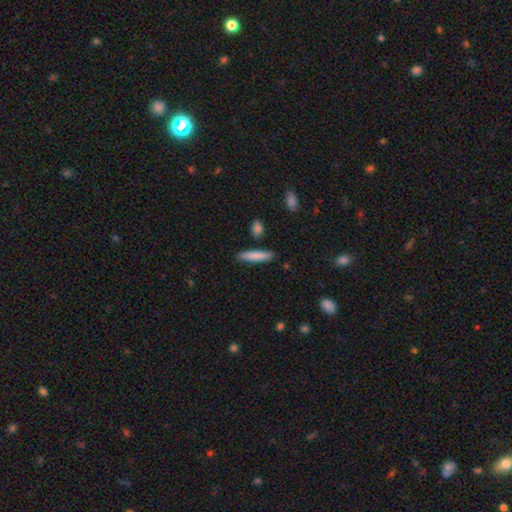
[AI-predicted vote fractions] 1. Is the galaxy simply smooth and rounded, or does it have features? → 82% smooth, 12% featured or disk, 6% star or artifact.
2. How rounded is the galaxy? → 87% cigar-shaped, 11% in between, 1% round.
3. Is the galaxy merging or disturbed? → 87% none, 8% minor disturbance, 3% merger, 2% major disturbance.